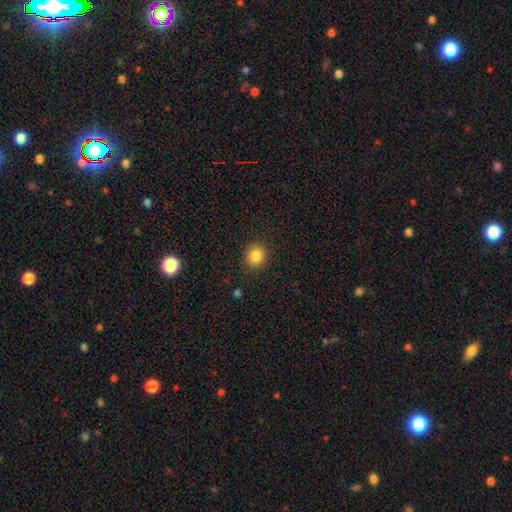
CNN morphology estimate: The model was most divided on "how rounded": round: 82%, in between: 17%, cigar-shaped: 1%. More confident: merging — none (89%); smooth or featured — smooth (86%).